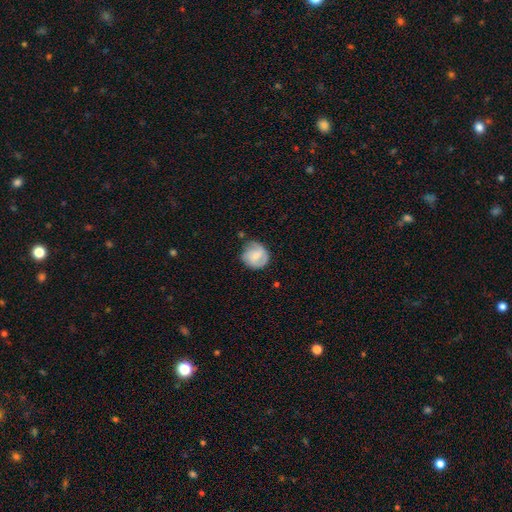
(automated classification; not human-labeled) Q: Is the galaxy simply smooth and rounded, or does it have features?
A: smooth — 57%.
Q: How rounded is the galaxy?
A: round — 85%.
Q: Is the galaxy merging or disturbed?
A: none — 62%.